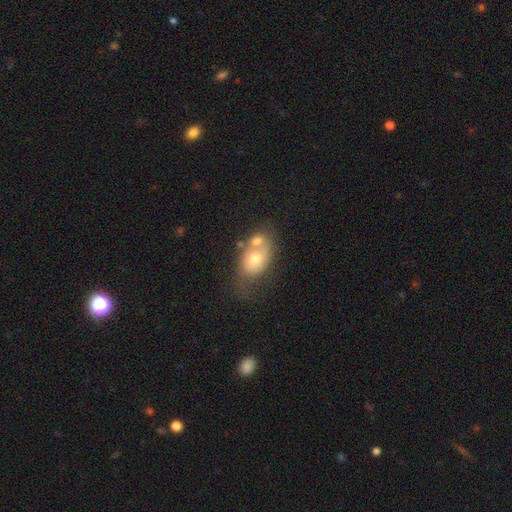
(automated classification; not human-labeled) Smooth or featured: smooth — 59% (featured or disk — 29%)
How rounded: in between — 69% (round — 28%)
Merging: merger — 43% (none — 33%)